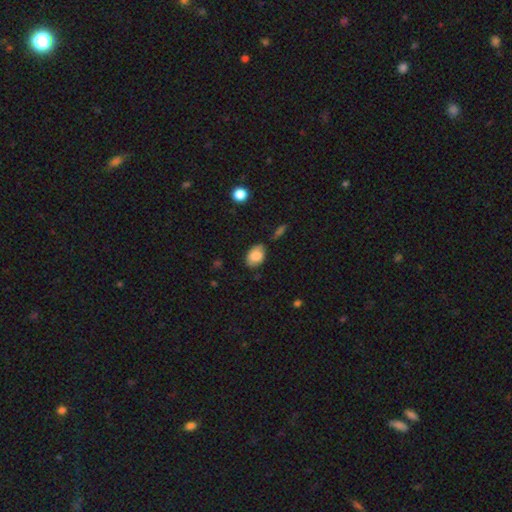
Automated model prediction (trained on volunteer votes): This appears to be a smooth galaxy with no disk features (81%) that is in between round and cigar-shaped (82%). Merging: none (70%).